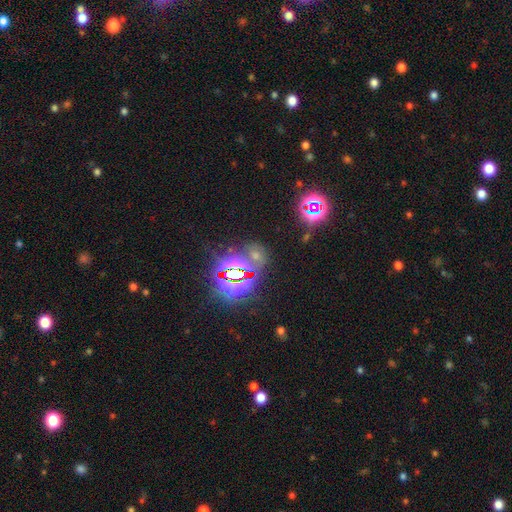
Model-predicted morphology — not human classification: A star or artifact, not a galaxy (67%).